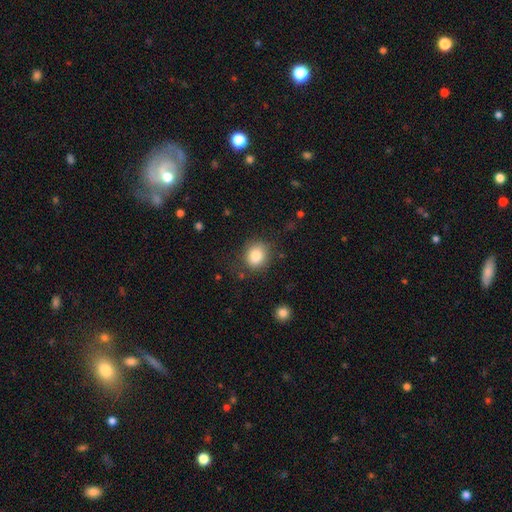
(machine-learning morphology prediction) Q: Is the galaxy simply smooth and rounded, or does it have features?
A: smooth — 84%.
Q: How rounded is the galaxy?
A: round — 69%.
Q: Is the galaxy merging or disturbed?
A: none — 80%.